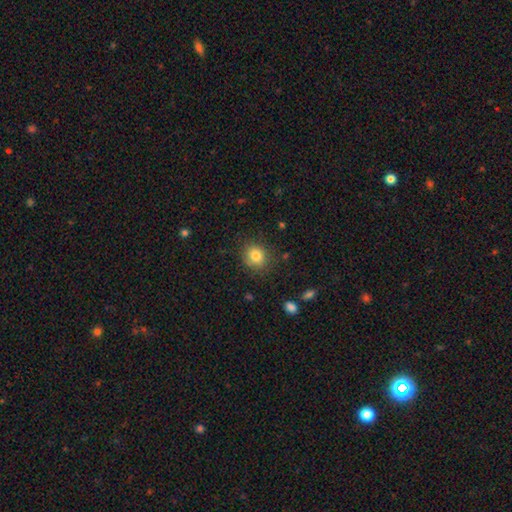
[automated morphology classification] smooth-or-featured: smooth: 82% | star or artifact: 10% | featured or disk: 8%
  how-rounded: round: 78% | in between: 21% | cigar-shaped: 1%
  merging: none: 83% | minor disturbance: 12% | major disturbance: 4% | merger: 1%